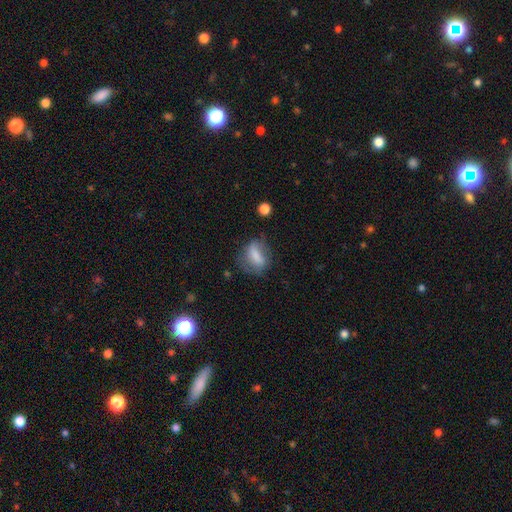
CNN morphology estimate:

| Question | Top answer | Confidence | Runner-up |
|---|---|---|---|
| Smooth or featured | smooth | 67% | featured or disk (24%) |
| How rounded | in between | 66% | round (22%) |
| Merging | none | 59% | minor disturbance (25%) |